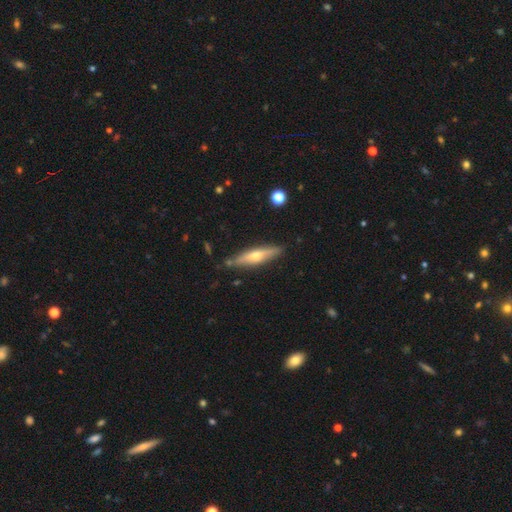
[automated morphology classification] A featured or disk galaxy (58%) viewed edge-on (91%) with a rounded central bulge (88%). Merging: none (83%).